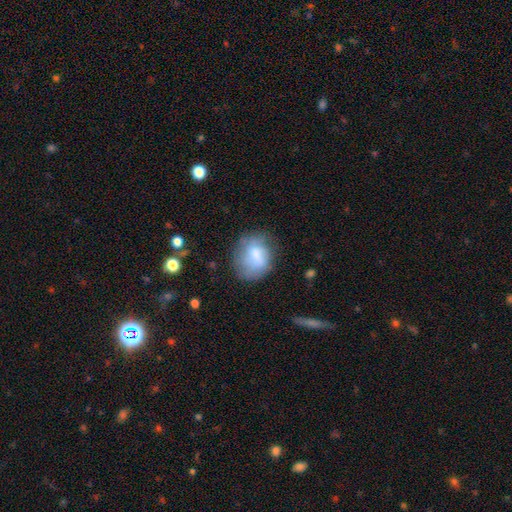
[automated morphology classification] The model was most divided on "how rounded": round: 64%, in between: 35%, cigar-shaped: 1%. More confident: smooth or featured — smooth (72%); merging — none (60%).